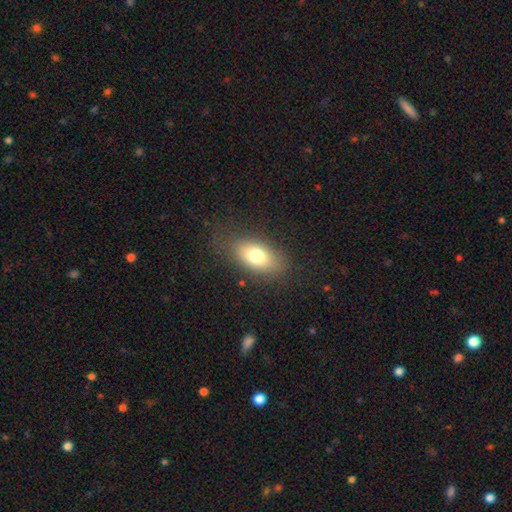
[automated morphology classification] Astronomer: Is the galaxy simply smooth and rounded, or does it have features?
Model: smooth — 75%.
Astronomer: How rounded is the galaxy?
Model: in between — 87%.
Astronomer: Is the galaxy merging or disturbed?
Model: none — 76%.